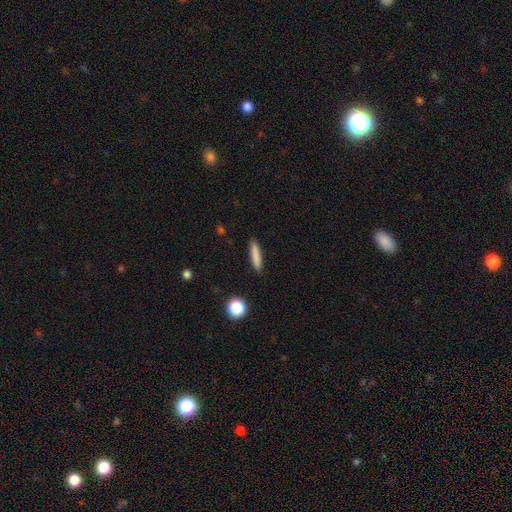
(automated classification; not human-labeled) smooth-or-featured: smooth: 83% | featured or disk: 10% | star or artifact: 7%
  how-rounded: cigar-shaped: 88% | in between: 11% | round: 2%
  merging: none: 89% | minor disturbance: 7% | major disturbance: 2% | merger: 1%